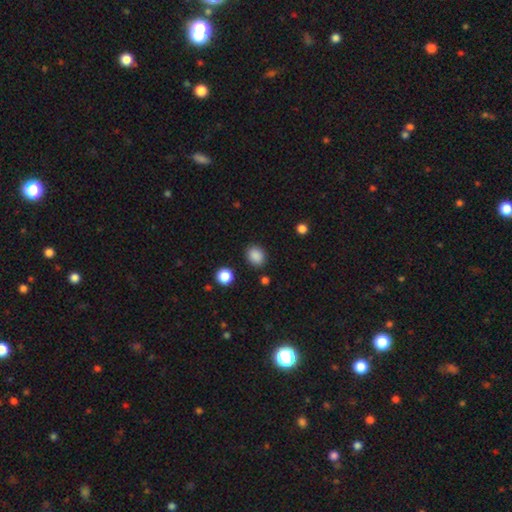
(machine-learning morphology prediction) This is clearly a smooth galaxy (87%). How rounded: possibly round (50%). Merging: clearly none (86%).